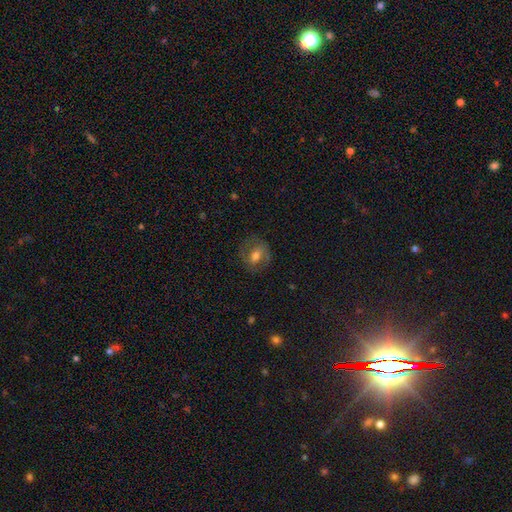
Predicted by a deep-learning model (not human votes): smooth-or-featured: smooth: 49% | featured or disk: 42% | star or artifact: 9%
  merging: none: 73% | minor disturbance: 16% | major disturbance: 9% | merger: 1%